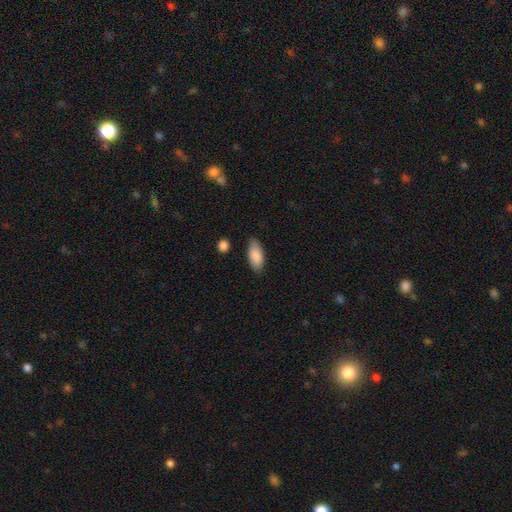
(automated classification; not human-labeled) A smooth galaxy with no disk features (87%) that is in between round and cigar-shaped (86%).

Vote fractions:
- Smooth or featured? smooth: 87% / featured or disk: 7% / star or artifact: 6%
- How rounded? in between: 86% / cigar-shaped: 12% / round: 2%
- Merging? none: 81% / minor disturbance: 14% / major disturbance: 3% / merger: 2%